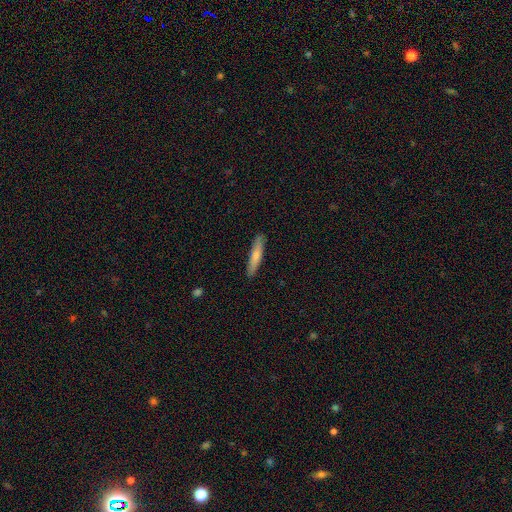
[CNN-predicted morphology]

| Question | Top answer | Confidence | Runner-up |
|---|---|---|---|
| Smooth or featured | smooth | 72% | featured or disk (22%) |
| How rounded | cigar-shaped | 90% | in between (9%) |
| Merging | none | 90% | minor disturbance (8%) |